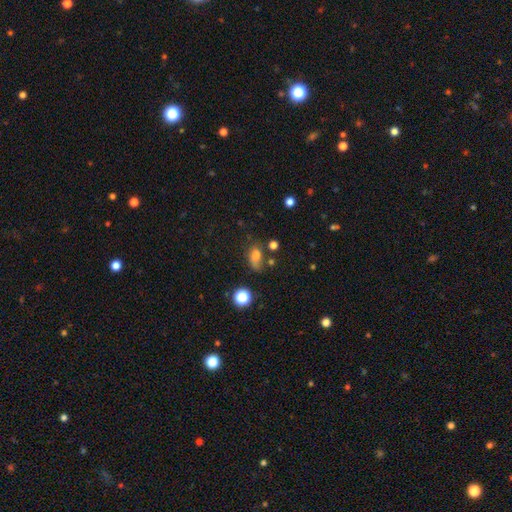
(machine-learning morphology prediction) The model was most divided on "merging": none: 47%, minor disturbance: 29%, major disturbance: 16%, merger: 8%. More confident: how rounded — in between (80%); smooth or featured — smooth (73%).